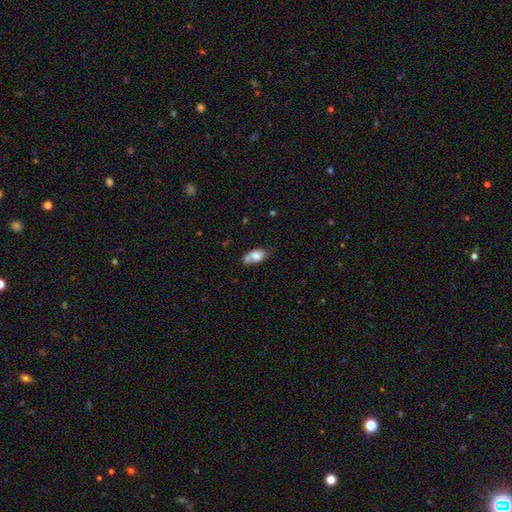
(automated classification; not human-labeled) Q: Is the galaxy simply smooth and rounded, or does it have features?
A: smooth — 62%.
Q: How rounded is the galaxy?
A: in between — 90%.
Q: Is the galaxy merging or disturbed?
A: none — 40%.